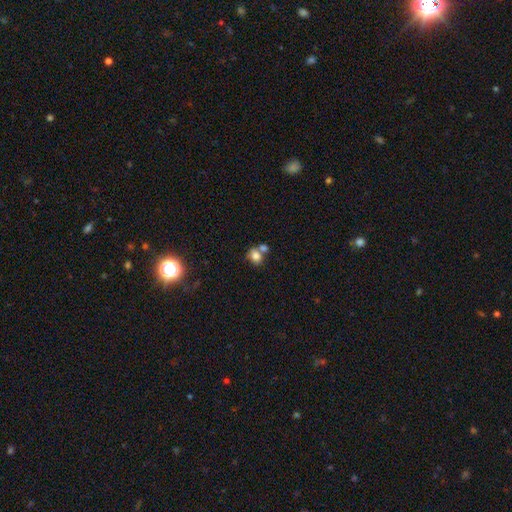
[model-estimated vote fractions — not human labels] Smooth or featured?
  - smooth: 78% *
  - featured or disk: 11%
  - star or artifact: 11%
How rounded?
  - round: 52% *
  - in between: 47%
  - cigar-shaped: 1%
Merging?
  - none: 44% *
  - merger: 41%
  - minor disturbance: 11%
  - major disturbance: 4%